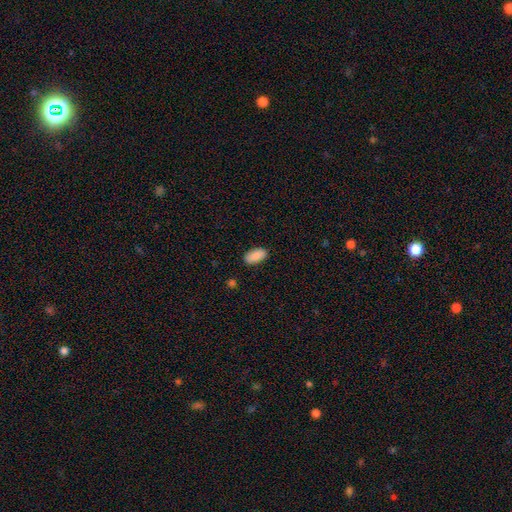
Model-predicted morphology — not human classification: The model was most divided on "merging": none: 88%, minor disturbance: 9%, major disturbance: 2%, merger: 1%. More confident: how rounded — in between (93%); smooth or featured — smooth (89%).